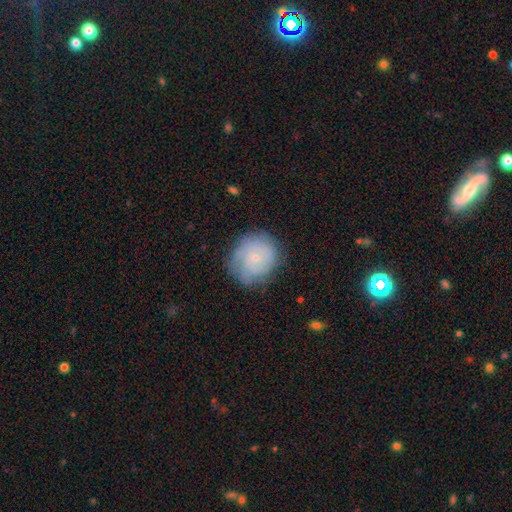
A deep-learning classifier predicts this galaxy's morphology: featured or disk 57%, smooth 34%, star or artifact 8%. Down the decision tree: edge-on disk — no (98%); bar — no (81%); spiral arms — yes (87%); bulge size — small (81%); merging — none (73%).